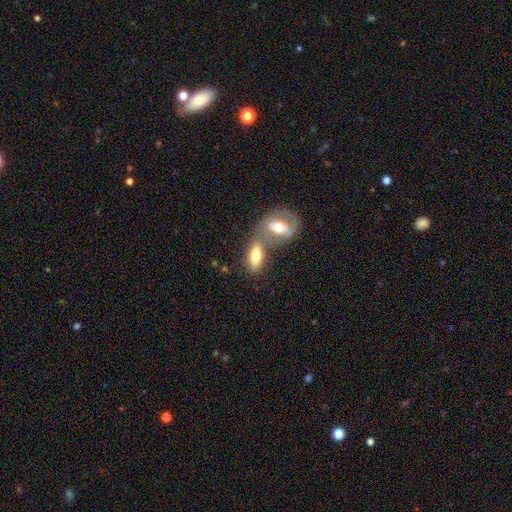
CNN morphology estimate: smooth_or_featured: smooth (p=0.60) [alt: featured or disk p=0.33]
how_rounded: in between (p=0.83) [alt: cigar-shaped p=0.11]
merging: merger (p=0.55) [alt: none p=0.30]